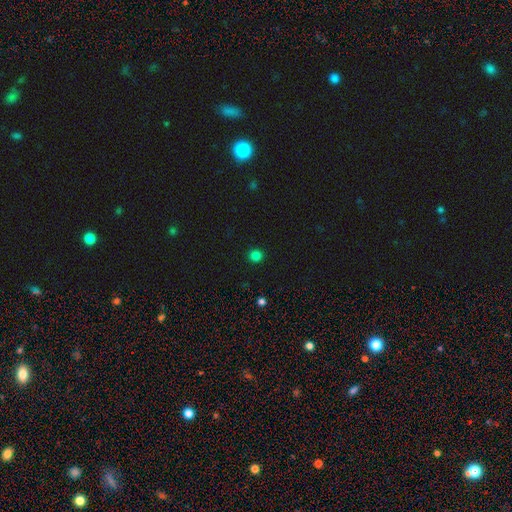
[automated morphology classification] A smooth galaxy with no disk features (81%) that is round (91%).

Vote fractions:
- Smooth or featured? smooth: 81% / star or artifact: 15% / featured or disk: 3%
- How rounded? round: 91% / in between: 8% / cigar-shaped: 1%
- Merging? none: 92% / minor disturbance: 5% / major disturbance: 2% / merger: 1%